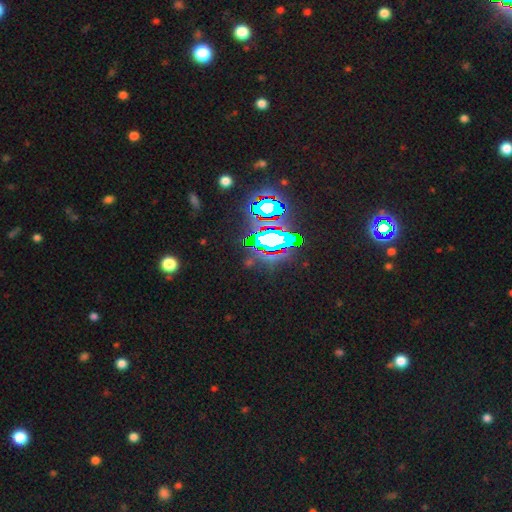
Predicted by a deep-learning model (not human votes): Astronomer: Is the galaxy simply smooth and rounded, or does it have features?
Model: star or artifact — 79%.